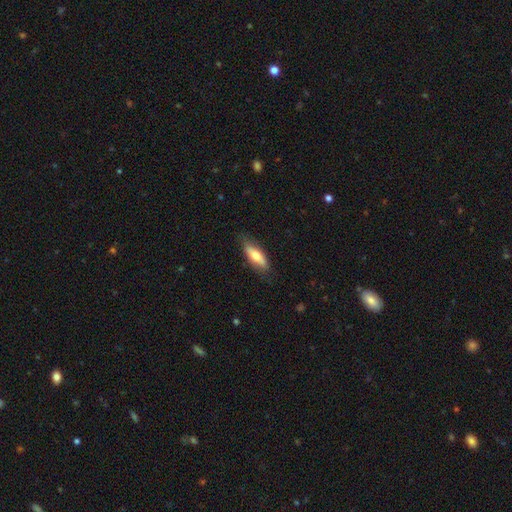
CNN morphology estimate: A smooth galaxy with no disk features (65%) that is in between round and cigar-shaped (61%).

Vote fractions:
- Smooth or featured? smooth: 65% / featured or disk: 29% / star or artifact: 6%
- How rounded? in between: 61% / cigar-shaped: 36% / round: 2%
- Merging? none: 78% / minor disturbance: 17% / major disturbance: 3% / merger: 1%